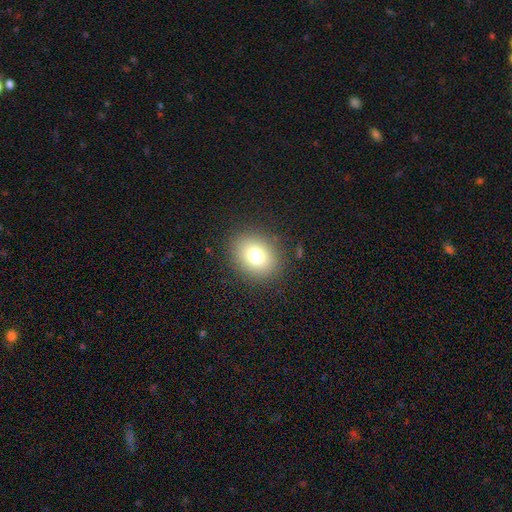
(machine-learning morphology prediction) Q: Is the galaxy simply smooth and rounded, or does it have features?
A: smooth — 77%.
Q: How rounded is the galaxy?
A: round — 57%.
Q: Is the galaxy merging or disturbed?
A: none — 87%.